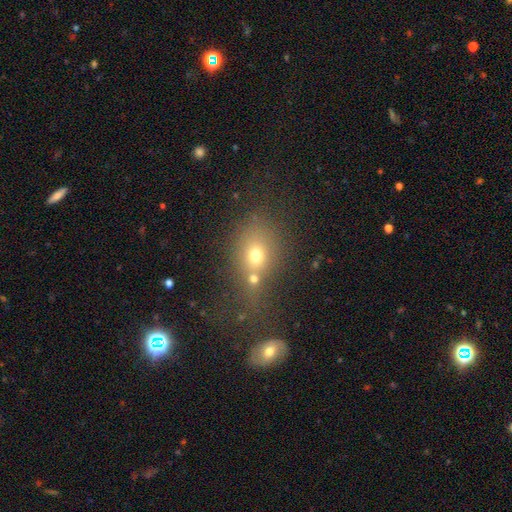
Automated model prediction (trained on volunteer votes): Smooth or featured? smooth (65%)
How rounded? round (57%)
Merging? none (43%)